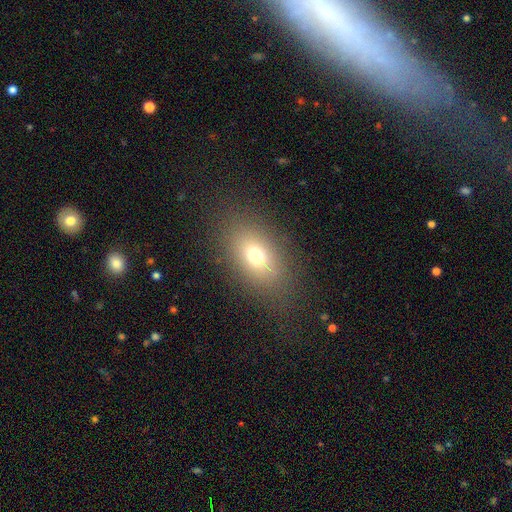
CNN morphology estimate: A smooth galaxy with no disk features (68%) that is in between round and cigar-shaped (78%). Merging: none (82%).